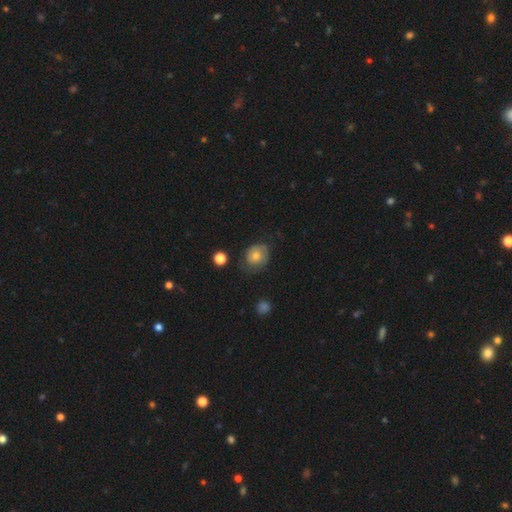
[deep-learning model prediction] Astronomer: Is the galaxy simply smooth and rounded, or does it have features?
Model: smooth — 54% (runner-up: featured or disk, 35%).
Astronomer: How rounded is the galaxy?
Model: round — 65%.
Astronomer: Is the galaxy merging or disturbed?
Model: none — 59%.